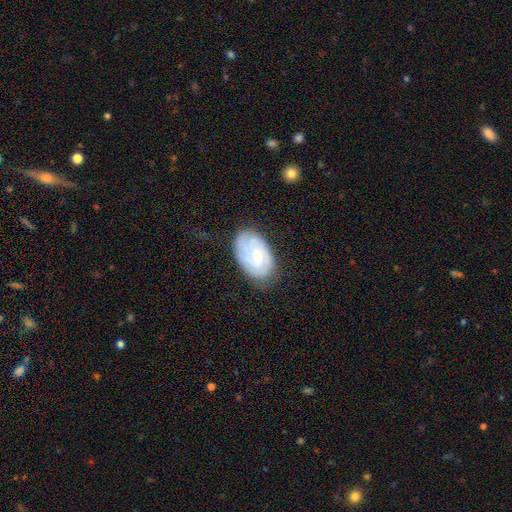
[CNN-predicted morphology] Smooth or featured: featured or disk — 58% (smooth — 35%)
Edge-on disk: no — 96% (yes — 4%)
Bar: no — 57% (weak — 37%)
Spiral arms: yes — 87% (no — 13%)
Bulge size: small — 63% (moderate — 26%)
Merging: none — 71% (minor disturbance — 22%)